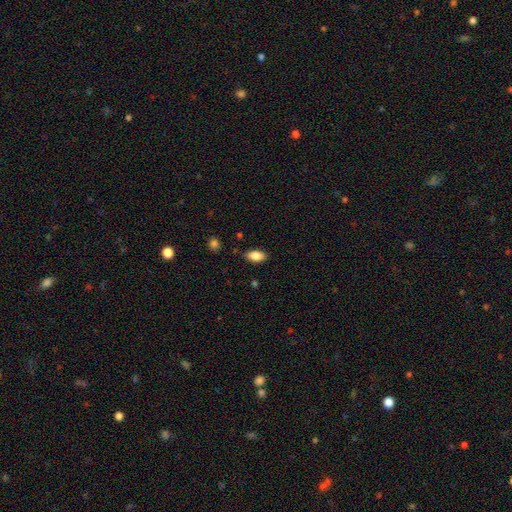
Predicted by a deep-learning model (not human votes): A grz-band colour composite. It shows a smooth galaxy with no disk features (85%) that is in between round and cigar-shaped (91%). Merging: none (84%).